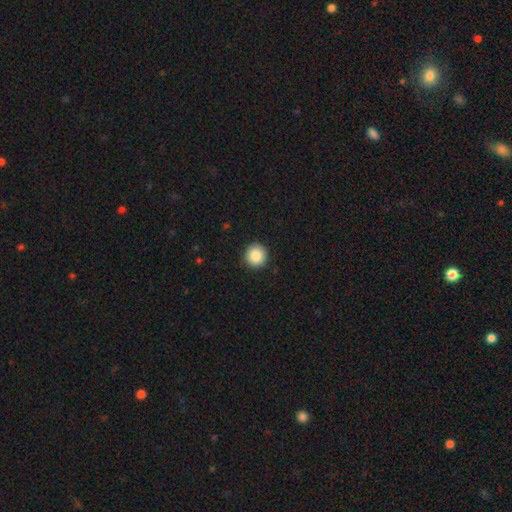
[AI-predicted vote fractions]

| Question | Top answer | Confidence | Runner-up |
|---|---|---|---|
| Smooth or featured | smooth | 86% | star or artifact (8%) |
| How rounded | round | 94% | in between (5%) |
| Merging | none | 92% | minor disturbance (6%) |